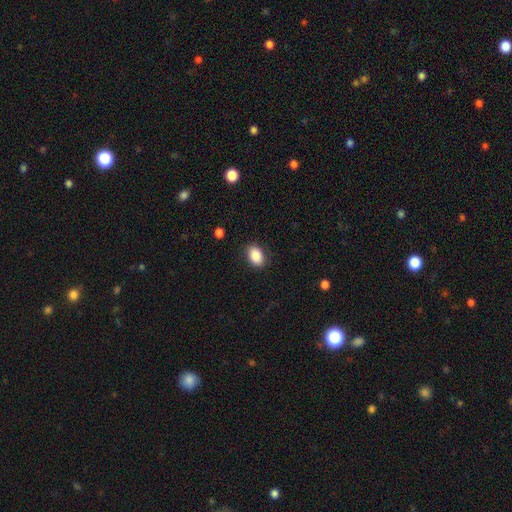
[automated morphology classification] smooth-or-featured: smooth: 88% | star or artifact: 8% | featured or disk: 5%
  how-rounded: in between: 83% | round: 15% | cigar-shaped: 1%
  merging: none: 86% | minor disturbance: 11% | major disturbance: 3% | merger: 1%